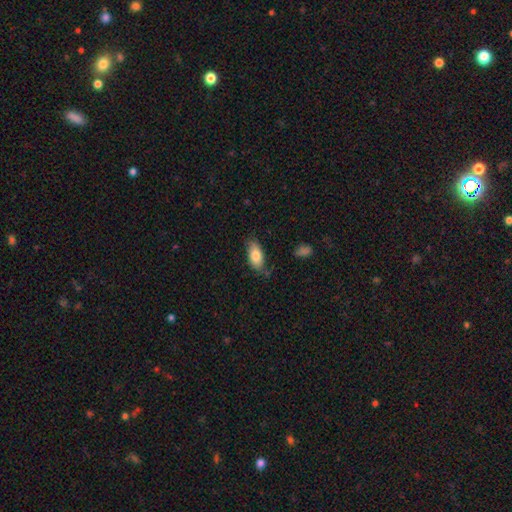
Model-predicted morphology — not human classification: A smooth galaxy with no disk features (80%) that is in between round and cigar-shaped (89%).

Vote fractions:
- Smooth or featured? smooth: 80% / featured or disk: 13% / star or artifact: 7%
- How rounded? in between: 89% / cigar-shaped: 8% / round: 3%
- Merging? none: 72% / minor disturbance: 21% / major disturbance: 4% / merger: 3%